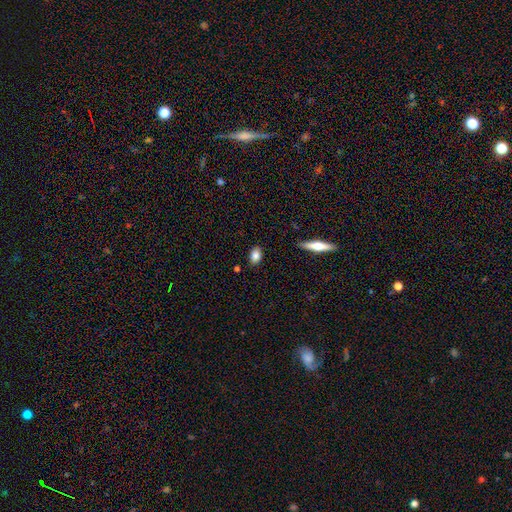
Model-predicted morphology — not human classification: This appears to be a smooth galaxy with no disk features (83%) that is in between round and cigar-shaped (86%). Merging: none (86%).